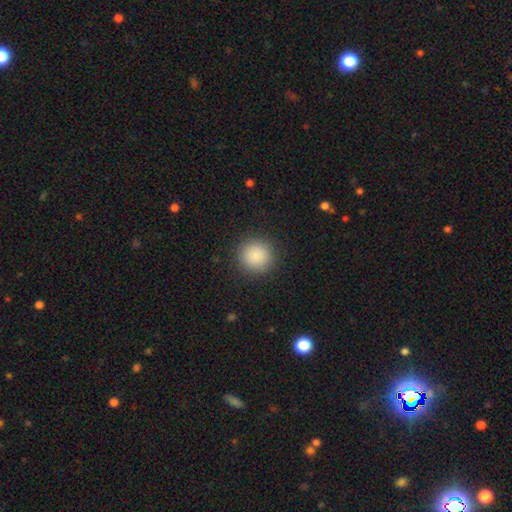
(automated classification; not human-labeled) smooth 88%, star or artifact 9%, featured or disk 3%. Down the decision tree: how rounded — round (94%); merging — none (91%).